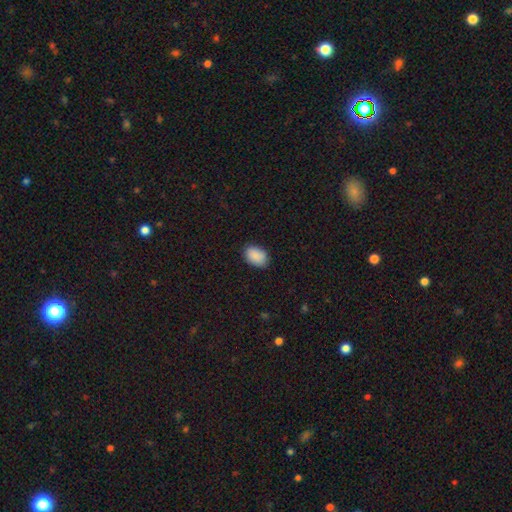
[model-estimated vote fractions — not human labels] Smooth or featured?
  - smooth: 89% *
  - star or artifact: 7%
  - featured or disk: 4%
How rounded?
  - in between: 84% *
  - round: 15%
  - cigar-shaped: 1%
Merging?
  - none: 82% *
  - minor disturbance: 14%
  - major disturbance: 3%
  - merger: 1%